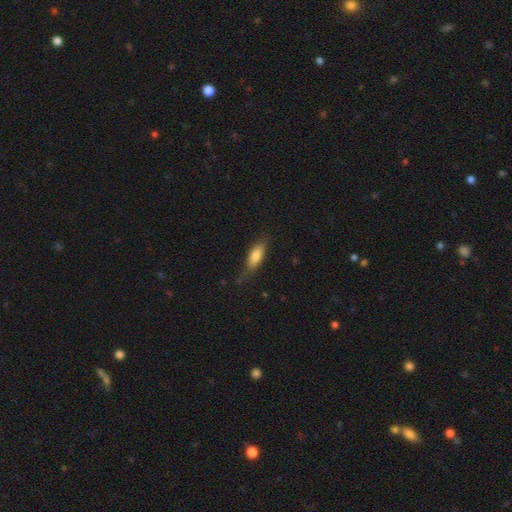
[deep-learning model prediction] Smooth or featured? Predicted: smooth (p=0.75). How rounded? Predicted: in between (p=0.64). Merging? Predicted: none (p=0.68).